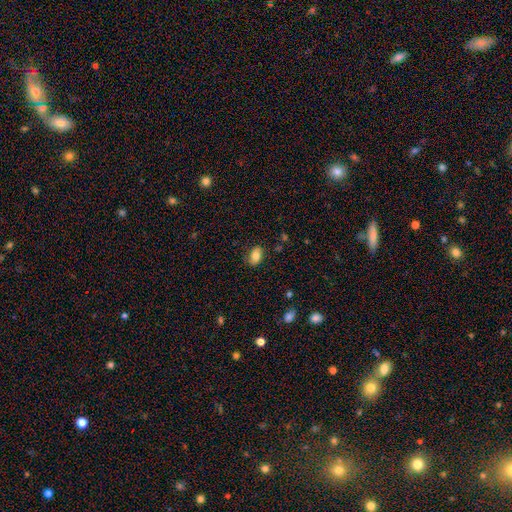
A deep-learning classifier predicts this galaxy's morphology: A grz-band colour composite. It shows a smooth galaxy with no disk features (80%) that is in between round and cigar-shaped (88%). Merging: none (81%).